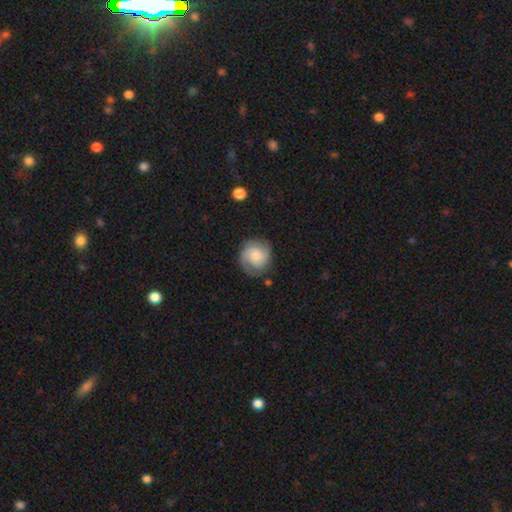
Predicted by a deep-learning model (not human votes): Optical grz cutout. It shows a featured or disk galaxy (50%). Merging: none (73%).